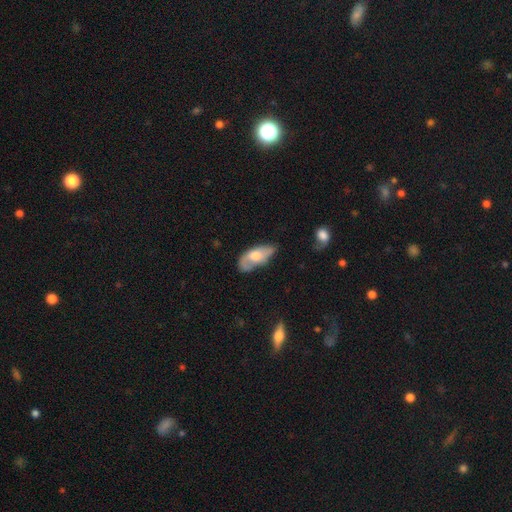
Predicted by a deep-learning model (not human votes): Overall: smooth (52%; featured or disk 41%). How rounded: in between (89%). Merging: none (44%; minor disturbance 36%).